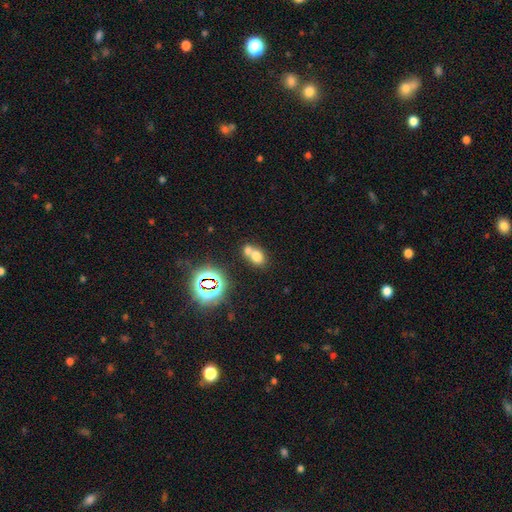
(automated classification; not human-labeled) Q: Smooth or featured?
A: smooth (67%); runner-up: star or artifact (19%)
Q: How rounded?
A: in between (58%); runner-up: round (41%)
Q: Merging?
A: merger (56%); runner-up: none (33%)